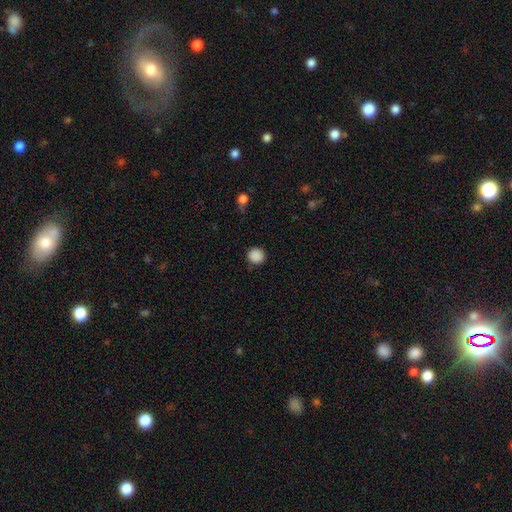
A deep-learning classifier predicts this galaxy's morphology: The model was most divided on "smooth or featured": smooth: 88%, star or artifact: 10%, featured or disk: 3%. More confident: how rounded — round (90%); merging — none (88%).